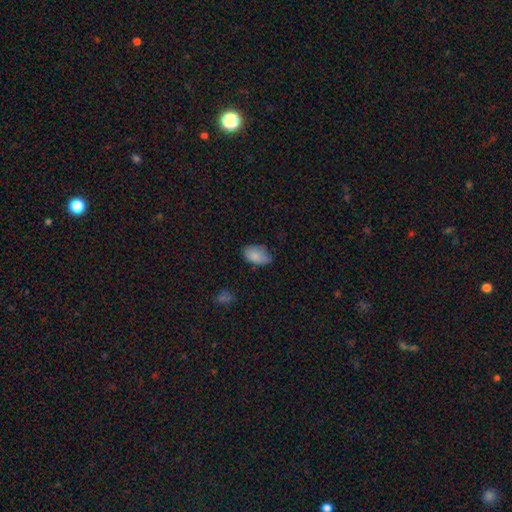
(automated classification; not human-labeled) A smooth galaxy with no disk features (85%) that is in between round and cigar-shaped (92%).

Vote fractions:
- Smooth or featured? smooth: 85% / star or artifact: 8% / featured or disk: 7%
- How rounded? in between: 92% / round: 7% / cigar-shaped: 1%
- Merging? none: 61% / minor disturbance: 31% / major disturbance: 6% / merger: 2%